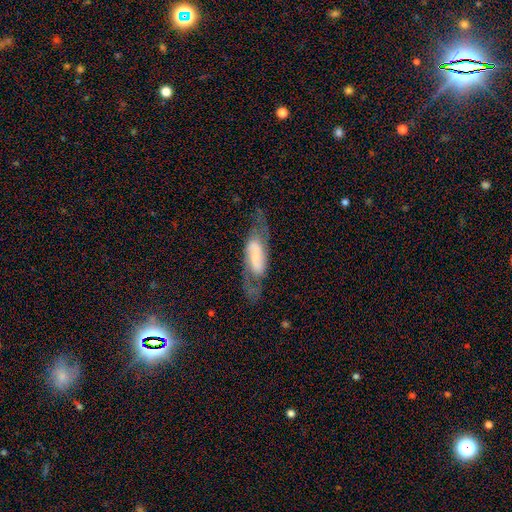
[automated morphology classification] featured or disk 70%, smooth 22%, star or artifact 7%. Down the decision tree: edge-on disk — no (86%); bar — strong (37%); spiral arms — yes (87%); spiral arm count — 2 (86%); spiral winding — medium (45%); bulge size — small (33%); merging — none (61%).